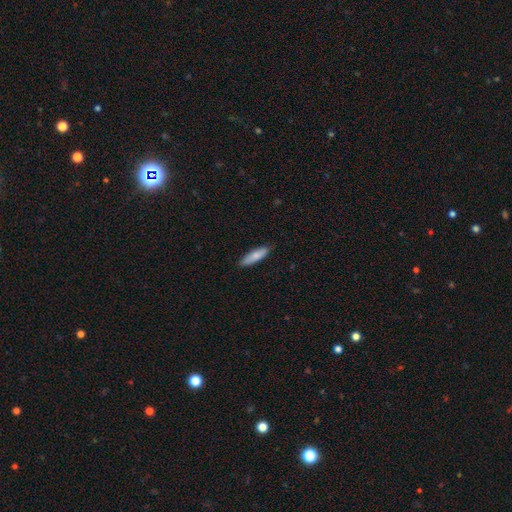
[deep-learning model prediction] smooth 80%, featured or disk 14%, star or artifact 6%. Down the decision tree: how rounded — cigar-shaped (65%); merging — none (87%).